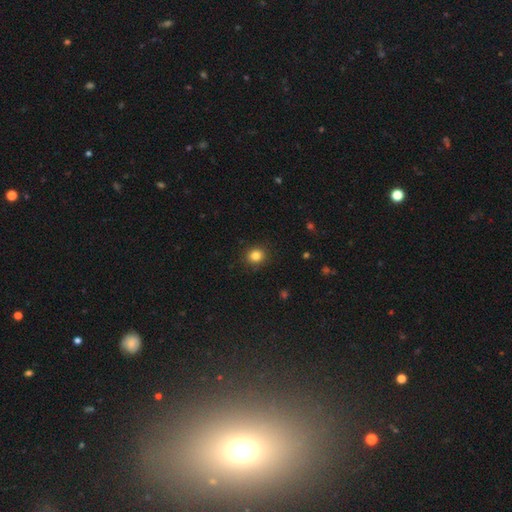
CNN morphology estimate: Smooth or featured? Predicted: smooth (p=0.83). How rounded? Predicted: round (p=0.84). Merging? Predicted: none (p=0.90).